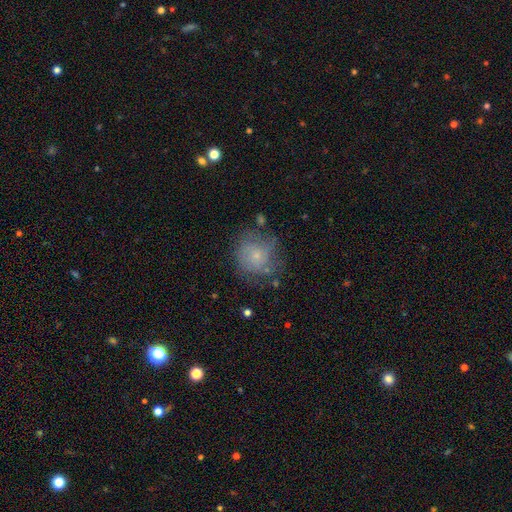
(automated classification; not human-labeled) smooth_or_featured: smooth (p=0.59) [alt: featured or disk p=0.30]
how_rounded: round (p=0.87) [alt: in between p=0.12]
merging: none (p=0.60) [alt: minor disturbance p=0.23]